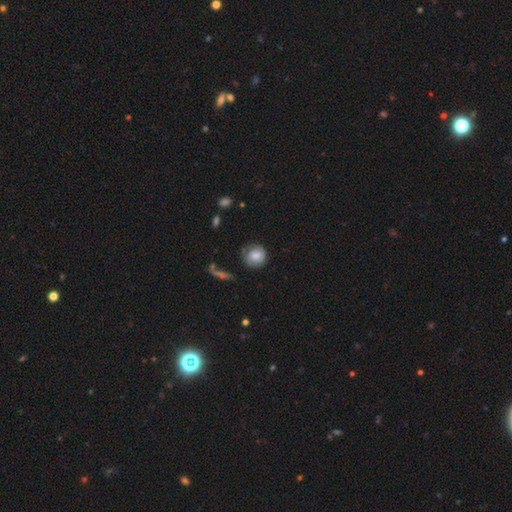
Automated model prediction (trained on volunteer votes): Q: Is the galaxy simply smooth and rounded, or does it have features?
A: smooth — 63%.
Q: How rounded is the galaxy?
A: round — 86%.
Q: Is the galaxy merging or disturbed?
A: none — 68%.